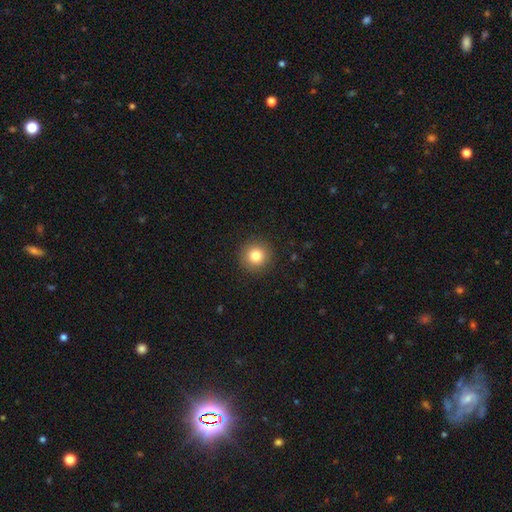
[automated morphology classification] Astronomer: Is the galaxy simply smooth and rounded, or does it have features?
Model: smooth — 82%.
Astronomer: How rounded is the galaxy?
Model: round — 95%.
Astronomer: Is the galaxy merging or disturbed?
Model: none — 91%.